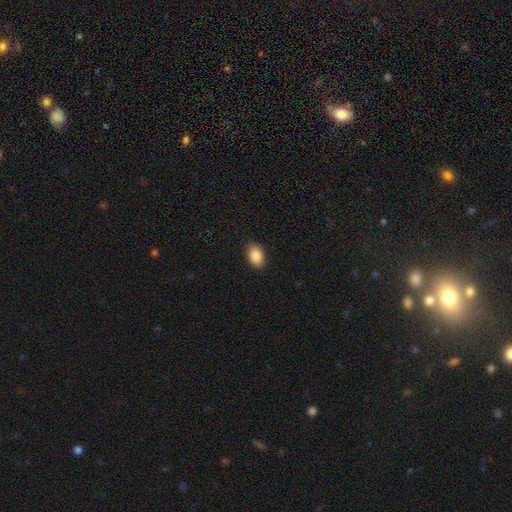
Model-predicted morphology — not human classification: smooth 89%, star or artifact 7%, featured or disk 4%. Down the decision tree: how rounded — in between (90%); merging — none (89%).